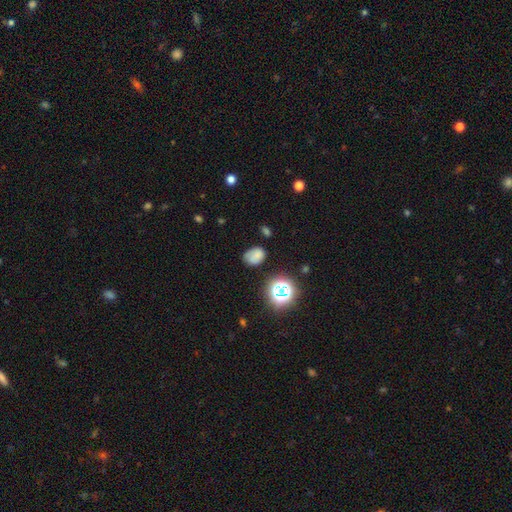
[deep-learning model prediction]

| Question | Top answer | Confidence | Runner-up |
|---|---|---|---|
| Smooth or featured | smooth | 71% | star or artifact (18%) |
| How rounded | in between | 71% | round (28%) |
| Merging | none | 61% | minor disturbance (27%) |